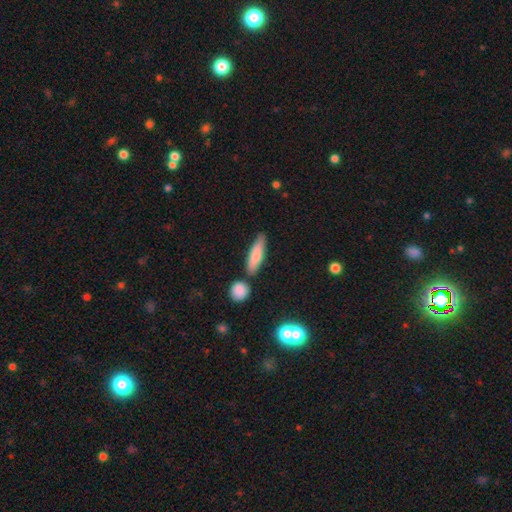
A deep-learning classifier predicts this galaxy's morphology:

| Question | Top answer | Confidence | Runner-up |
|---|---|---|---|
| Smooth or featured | smooth | 76% | featured or disk (18%) |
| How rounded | cigar-shaped | 66% | in between (31%) |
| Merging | none | 70% | minor disturbance (16%) |